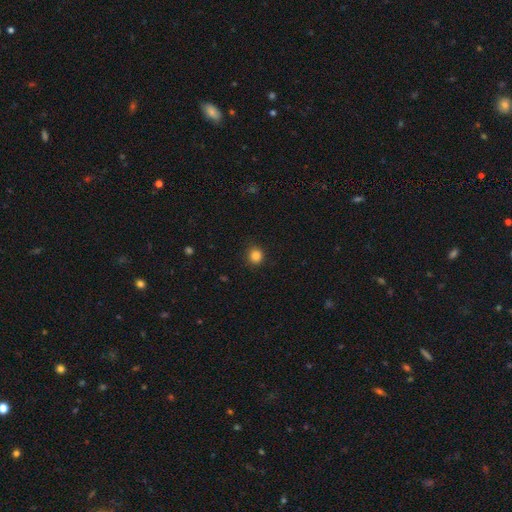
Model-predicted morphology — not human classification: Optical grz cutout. It shows a smooth galaxy with no disk features (85%) that is round (88%). Merging: none (89%).